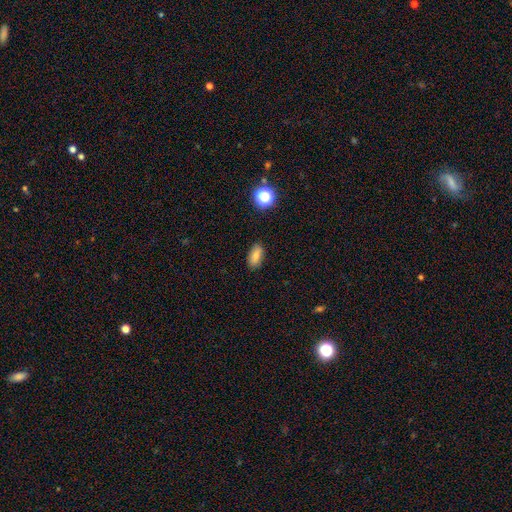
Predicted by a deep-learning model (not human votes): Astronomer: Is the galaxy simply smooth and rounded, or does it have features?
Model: smooth — 79%.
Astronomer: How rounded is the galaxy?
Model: in between — 85%.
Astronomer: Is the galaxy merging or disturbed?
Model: none — 85%.